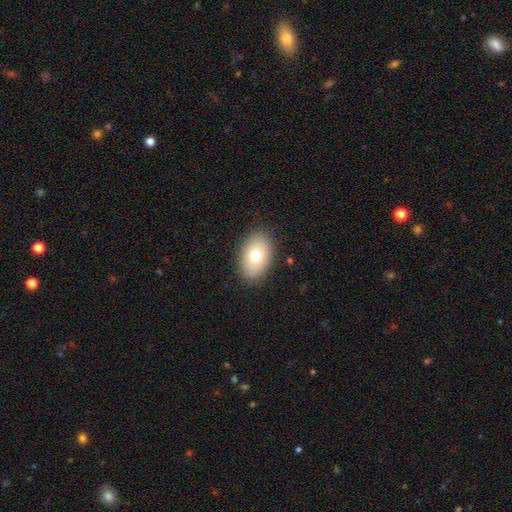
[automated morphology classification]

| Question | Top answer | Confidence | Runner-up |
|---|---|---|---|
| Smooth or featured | smooth | 74% | featured or disk (17%) |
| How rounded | in between | 88% | round (11%) |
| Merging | none | 87% | minor disturbance (9%) |